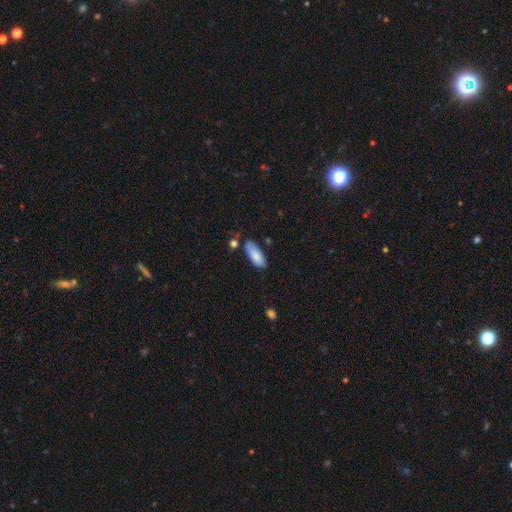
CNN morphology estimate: Q: Smooth or featured?
A: smooth (83%); runner-up: featured or disk (10%)
Q: How rounded?
A: in between (80%); runner-up: cigar-shaped (18%)
Q: Merging?
A: none (62%); runner-up: minor disturbance (26%)